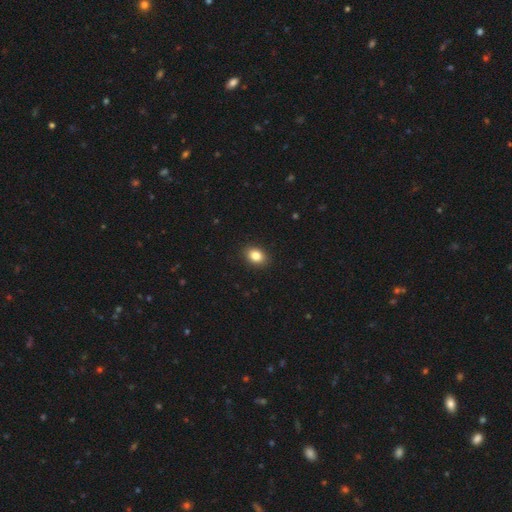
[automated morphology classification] This is clearly a smooth galaxy (84%). How rounded: likely in between (68%). Merging: clearly none (91%).